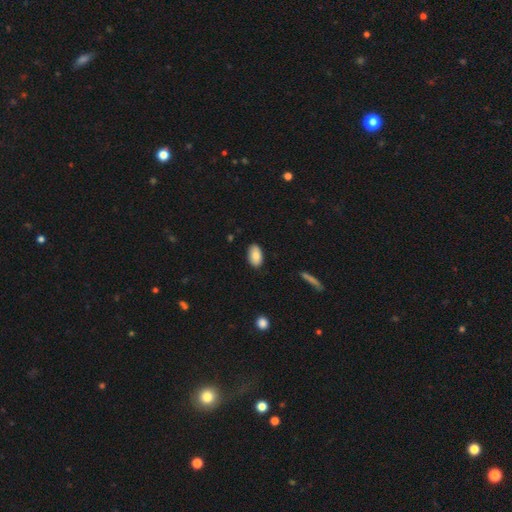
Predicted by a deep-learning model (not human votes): Smooth or featured?
  - smooth: 84% *
  - featured or disk: 9%
  - star or artifact: 7%
How rounded?
  - in between: 94% *
  - round: 4%
  - cigar-shaped: 2%
Merging?
  - none: 86% *
  - minor disturbance: 11%
  - major disturbance: 2%
  - merger: 1%